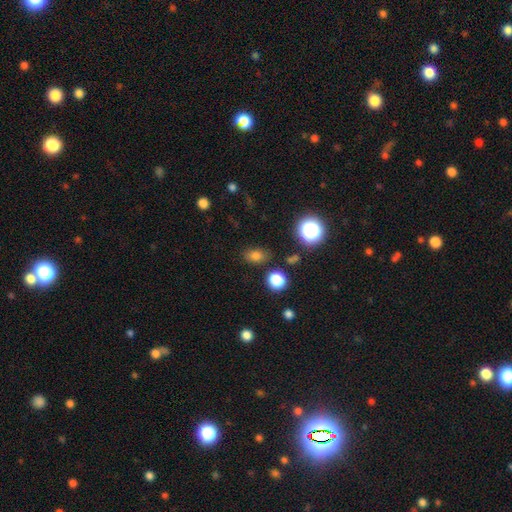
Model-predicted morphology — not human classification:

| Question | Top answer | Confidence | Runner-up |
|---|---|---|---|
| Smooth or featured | smooth | 75% | star or artifact (18%) |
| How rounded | in between | 70% | round (27%) |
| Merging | none | 82% | minor disturbance (11%) |